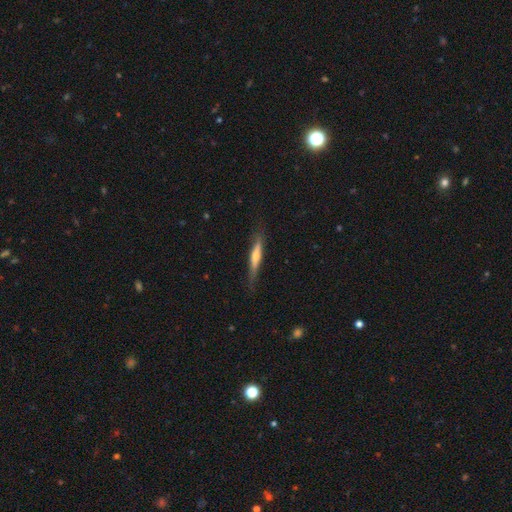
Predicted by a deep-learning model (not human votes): Smooth or featured? featured or disk (51%)
Edge-on disk? yes (93%)
Merging? none (78%)